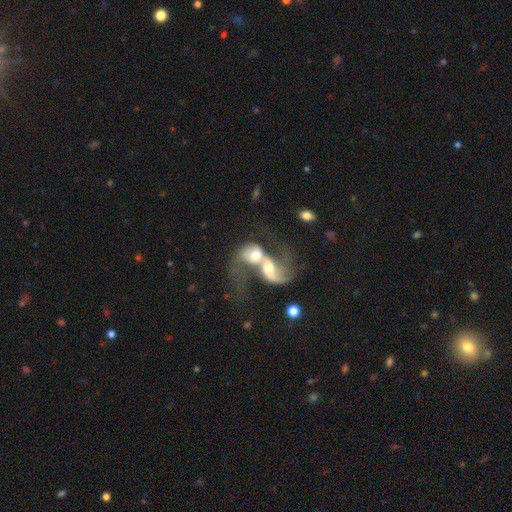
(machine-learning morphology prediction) Smooth or featured? featured or disk (61%)
Edge-on disk? no (96%)
Bar? no (62%)
Spiral arms? yes (73%)
Bulge size? moderate (54%)
Merging? merger (84%)